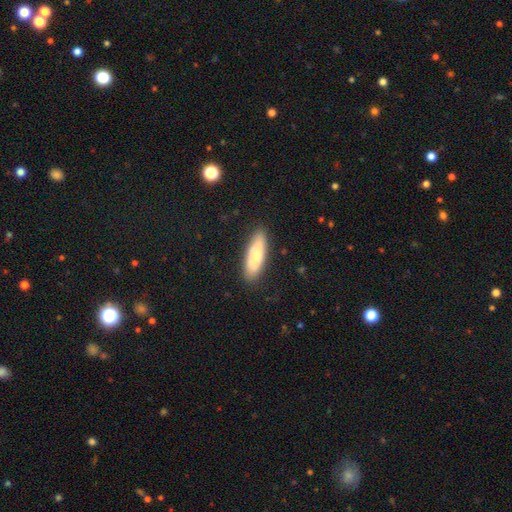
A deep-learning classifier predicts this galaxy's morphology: The model was most divided on "how rounded": in between: 50%, cigar-shaped: 48%, round: 2%. More confident: merging — none (85%); smooth or featured — smooth (72%).